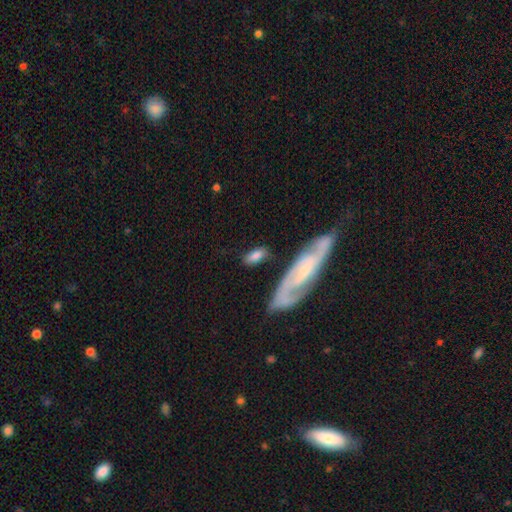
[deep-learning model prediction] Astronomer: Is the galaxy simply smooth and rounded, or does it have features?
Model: smooth — 71%.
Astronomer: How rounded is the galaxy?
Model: in between — 81%.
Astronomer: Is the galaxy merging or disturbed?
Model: none — 68%.